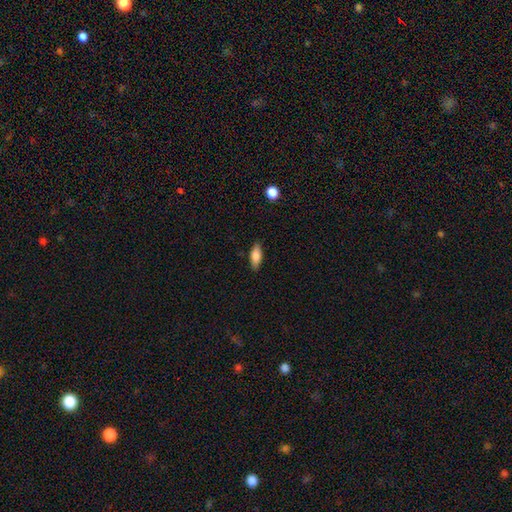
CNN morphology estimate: smooth 81%, featured or disk 12%, star or artifact 7%. Down the decision tree: how rounded — in between (73%); merging — none (86%).